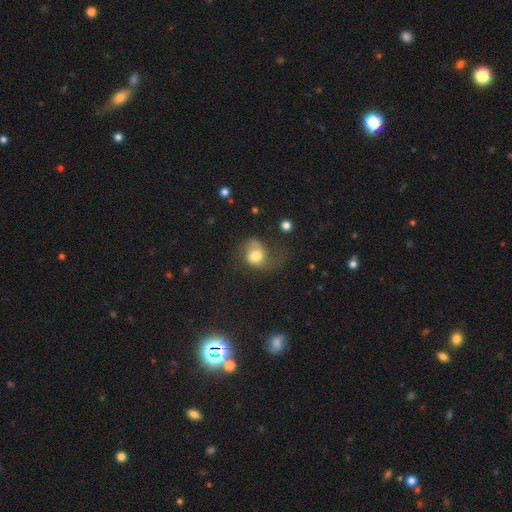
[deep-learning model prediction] smooth_or_featured: smooth (p=0.50) [alt: featured or disk p=0.41]
merging: major disturbance (p=0.37) [alt: none p=0.35]